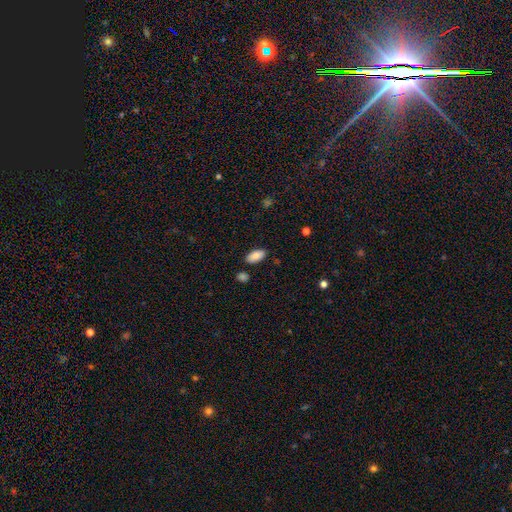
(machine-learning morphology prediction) The model was most divided on "merging": none: 85%, minor disturbance: 10%, merger: 3%, major disturbance: 2%. More confident: how rounded — in between (92%); smooth or featured — smooth (87%).